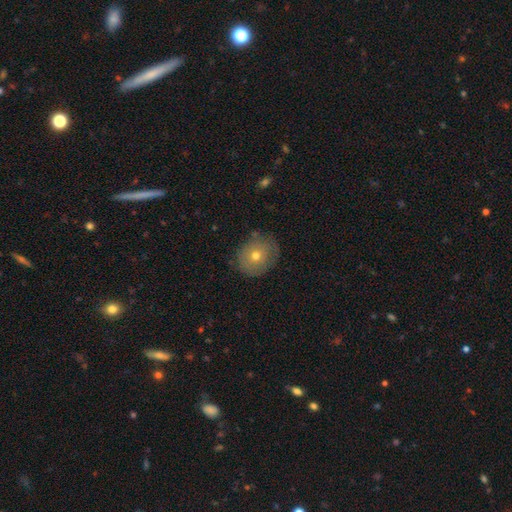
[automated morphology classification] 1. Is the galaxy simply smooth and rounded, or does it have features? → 61% smooth, 28% featured or disk, 11% star or artifact.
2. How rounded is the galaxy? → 75% round, 24% in between, 1% cigar-shaped.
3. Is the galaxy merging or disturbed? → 78% none, 16% minor disturbance, 4% major disturbance, 1% merger.